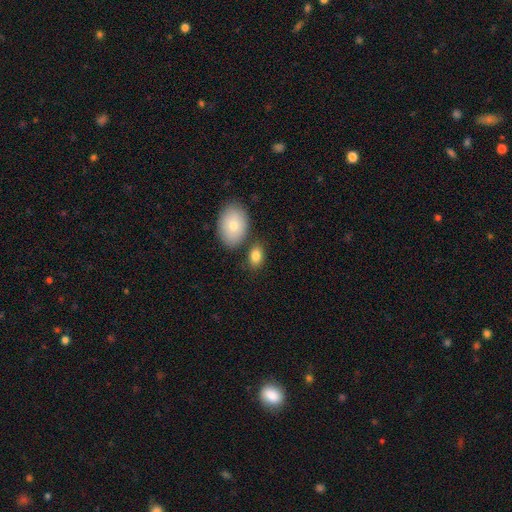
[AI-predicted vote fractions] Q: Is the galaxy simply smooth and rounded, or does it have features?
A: smooth — 82%.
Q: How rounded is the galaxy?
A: in between — 86%.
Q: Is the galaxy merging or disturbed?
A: none — 71%.